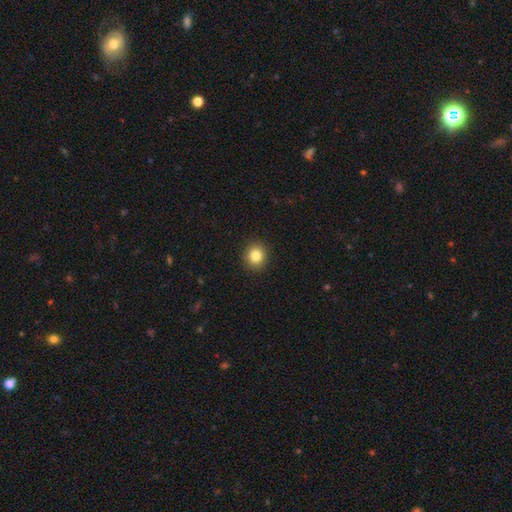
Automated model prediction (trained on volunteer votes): The model was most divided on "how rounded": round: 83%, in between: 16%, cigar-shaped: 1%. More confident: merging — none (91%); smooth or featured — smooth (84%).